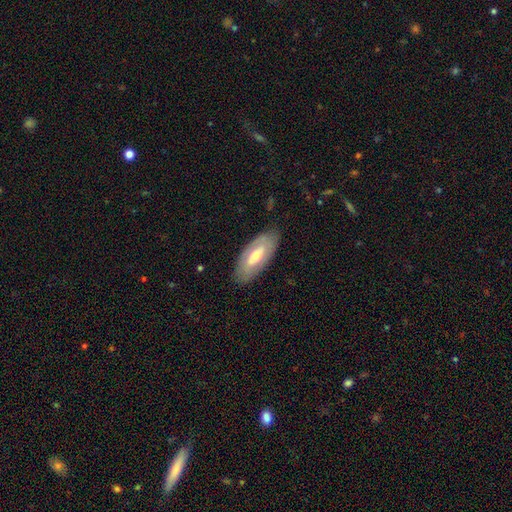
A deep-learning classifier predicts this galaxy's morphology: This appears to be a featured or disk galaxy (56%). Merging: none (83%).